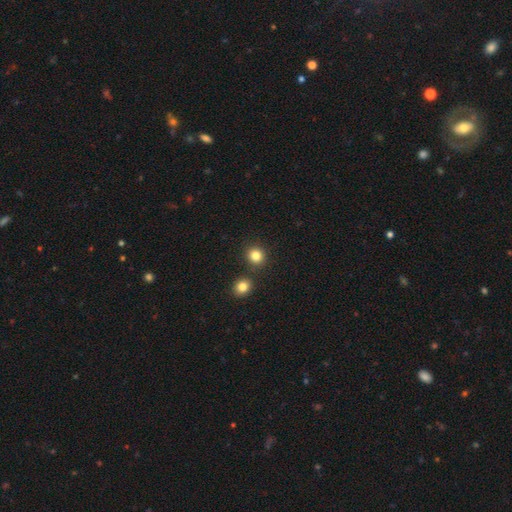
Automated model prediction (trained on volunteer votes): Smooth or featured?
  - smooth: 83% *
  - star or artifact: 12%
  - featured or disk: 5%
How rounded?
  - round: 87% *
  - in between: 12%
  - cigar-shaped: 1%
Merging?
  - none: 83% *
  - merger: 8%
  - minor disturbance: 6%
  - major disturbance: 2%